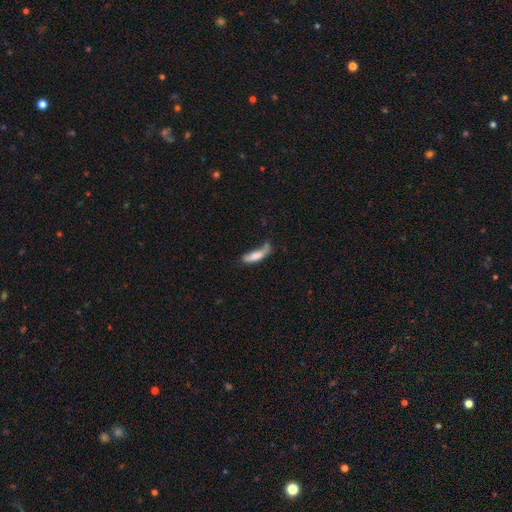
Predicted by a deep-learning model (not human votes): Overall: smooth (73%). How rounded: cigar-shaped (60%; in between 38%). Merging: none (37%; minor disturbance 30%).